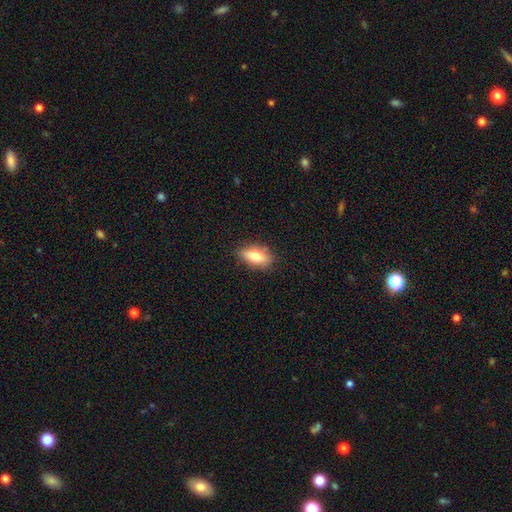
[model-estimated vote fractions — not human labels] This appears to be a smooth galaxy with no disk features (72%) that is in between round and cigar-shaped (82%). Merging: none (82%).